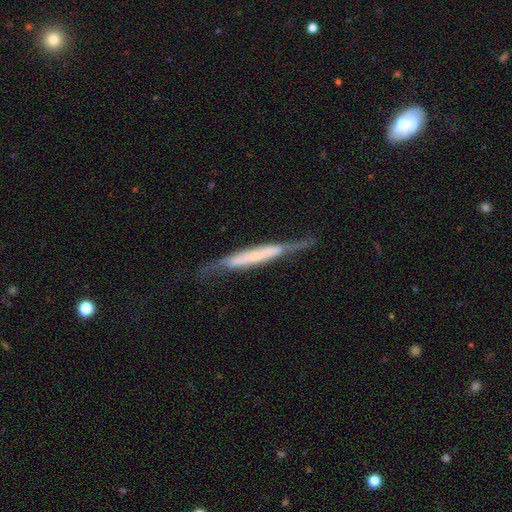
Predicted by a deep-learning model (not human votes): Smooth or featured: featured or disk — 62% (smooth — 31%)
Edge-on disk: yes — 84% (no — 16%)
Edge-on bulge: none — 53% (boxy — 32%)
Merging: none — 60% (minor disturbance — 26%)